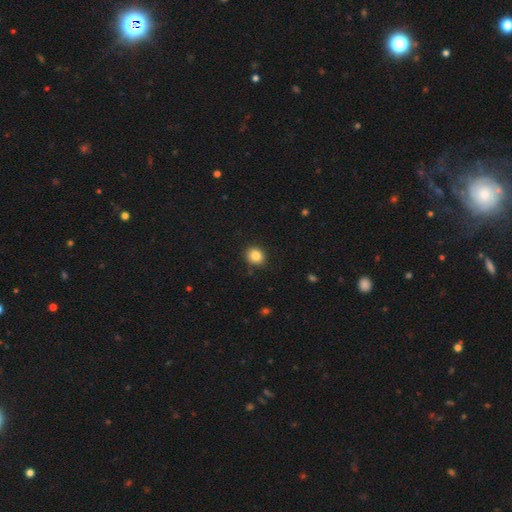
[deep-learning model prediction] smooth 85%, star or artifact 10%, featured or disk 5%. Down the decision tree: how rounded — round (76%); merging — none (88%).